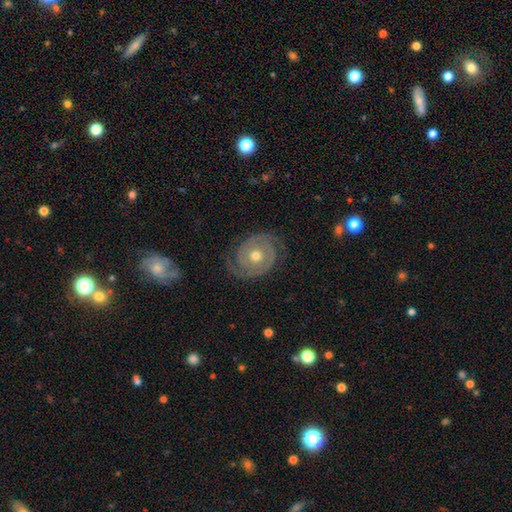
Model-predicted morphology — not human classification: The model was most divided on "spiral winding": tight: 69%, medium: 25%, loose: 6%. More confident: edge-on disk — no (97%); spiral arms — yes (95%); smooth or featured — featured or disk (87%); spiral arm count — 2 (85%); bar — no (80%); merging — none (79%); bulge size — moderate (72%).